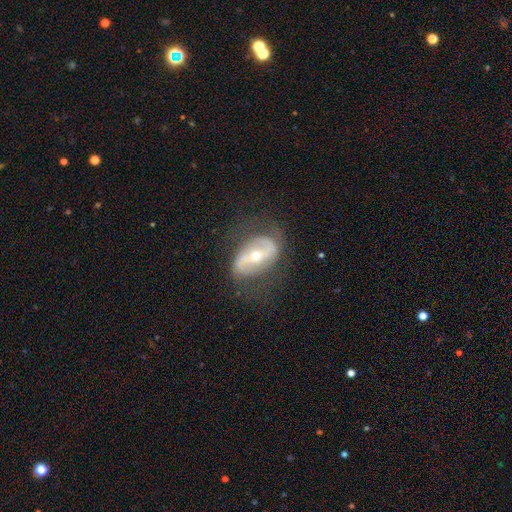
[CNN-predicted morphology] This appears to be a featured or disk galaxy (81%) with a strong bar (44%), 2 (87%) loose (49%) spiral arms (83%) and a small central bulge (48%, tied with moderate). Merging: none (68%).